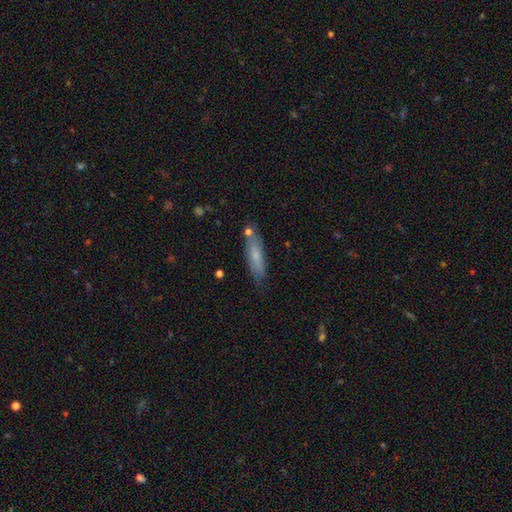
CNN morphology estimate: This is likely a smooth galaxy (67%). How rounded: likely cigar-shaped (71%). Merging: likely none (74%).